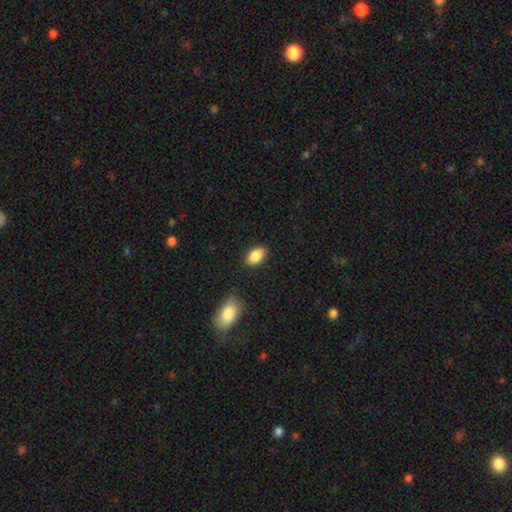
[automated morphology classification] smooth-or-featured: smooth: 88% | star or artifact: 7% | featured or disk: 5%
  how-rounded: in between: 92% | round: 6% | cigar-shaped: 2%
  merging: none: 86% | minor disturbance: 10% | major disturbance: 2% | merger: 2%